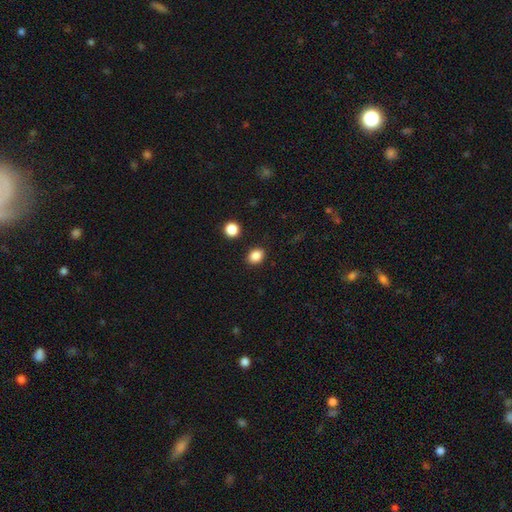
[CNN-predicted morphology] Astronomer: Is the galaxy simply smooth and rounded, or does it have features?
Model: smooth — 86%.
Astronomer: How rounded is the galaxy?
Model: in between — 54% (runner-up: round, 45%).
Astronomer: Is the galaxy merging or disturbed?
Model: none — 88%.